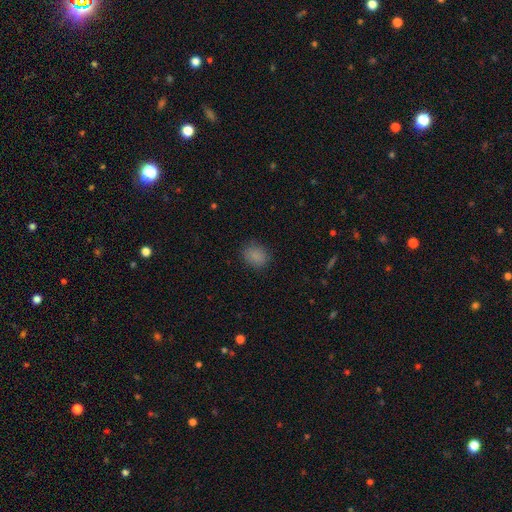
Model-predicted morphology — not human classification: This appears to be a smooth galaxy with no disk features (85%) that is round (55%). Merging: none (83%).